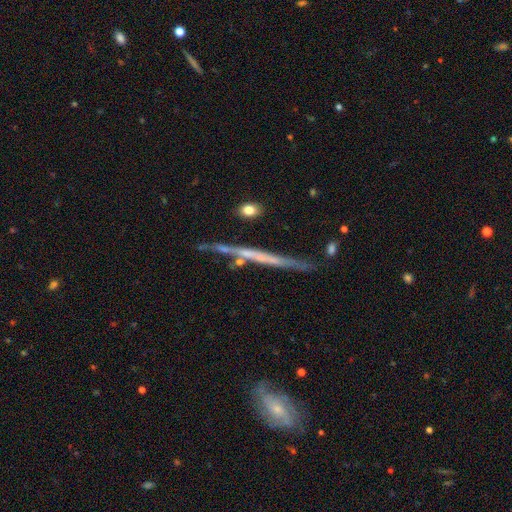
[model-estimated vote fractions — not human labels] The model was most divided on "smooth or featured": featured or disk: 67%, smooth: 26%, star or artifact: 7%. More confident: edge-on disk — yes (95%); edge-on bulge — none (86%); merging — none (76%).